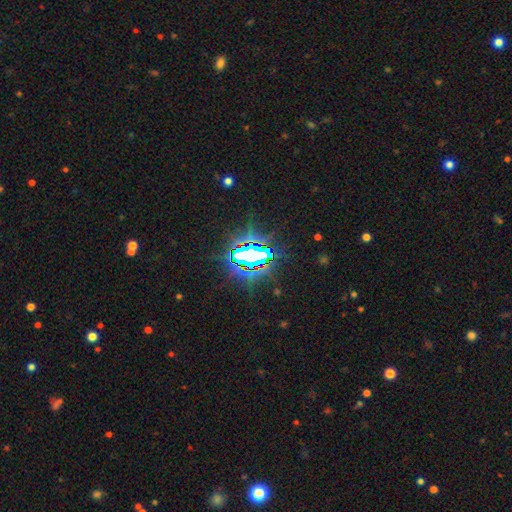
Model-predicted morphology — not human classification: Smooth or featured: star or artifact — 85% (smooth — 8%)